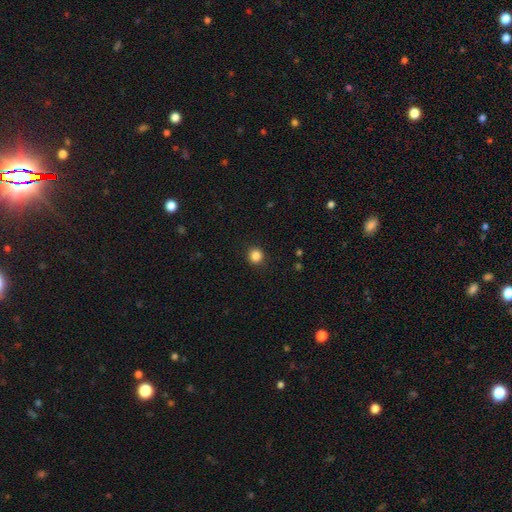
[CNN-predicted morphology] Overall: smooth (85%). How rounded: round (92%). Merging: none (91%).